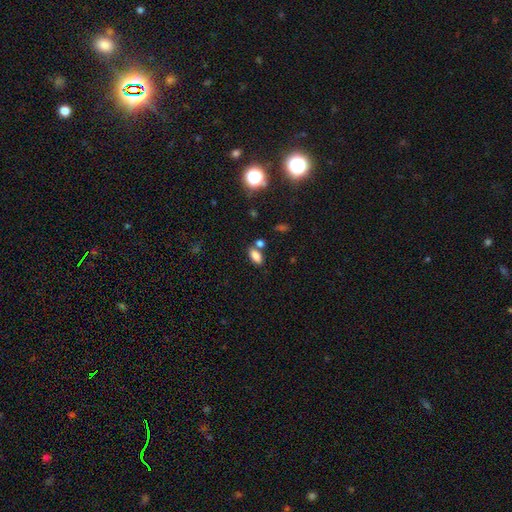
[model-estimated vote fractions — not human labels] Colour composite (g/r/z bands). It shows a smooth galaxy with no disk features (82%) that is in between round and cigar-shaped (89%). Merging: none (65%).